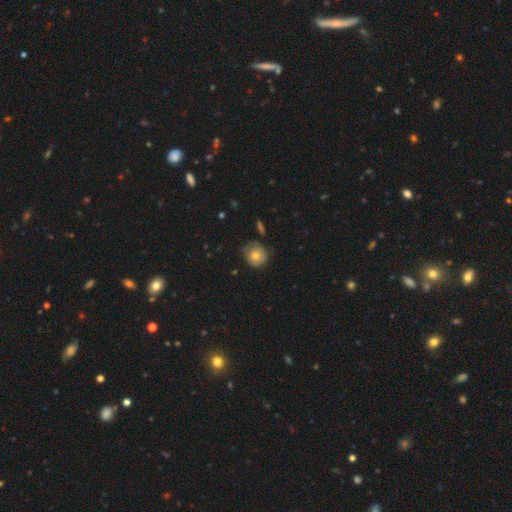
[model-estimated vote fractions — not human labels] smooth 73%, featured or disk 18%, star or artifact 9%. Down the decision tree: how rounded — round (91%); merging — none (78%).